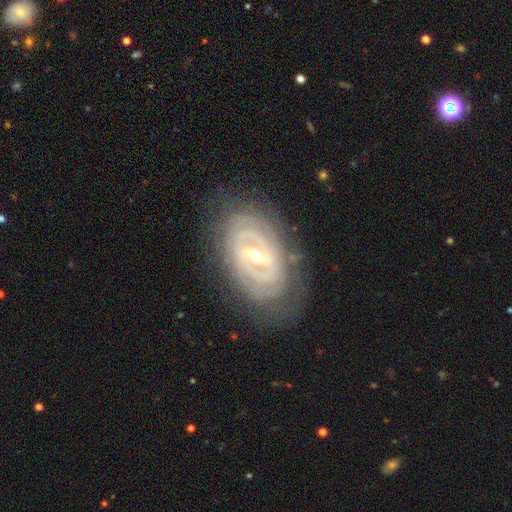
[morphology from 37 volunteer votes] Q: Smooth or featured?
A: featured or disk (89%); runner-up: smooth (8%)
Q: Edge-on disk?
A: no (94%); runner-up: yes (6%)
Q: Bar?
A: strong (68%); runner-up: weak (26%)
Q: Spiral arms?
A: yes (94%); runner-up: no (6%)
Q: Spiral winding?
A: tight (76%); runner-up: medium (24%)
Q: Spiral arm count?
A: 2 (48%); runner-up: can't tell (28%)
Q: Bulge size?
A: small (58%); runner-up: moderate (42%)
Q: Merging?
A: none (83%); runner-up: minor disturbance (11%)